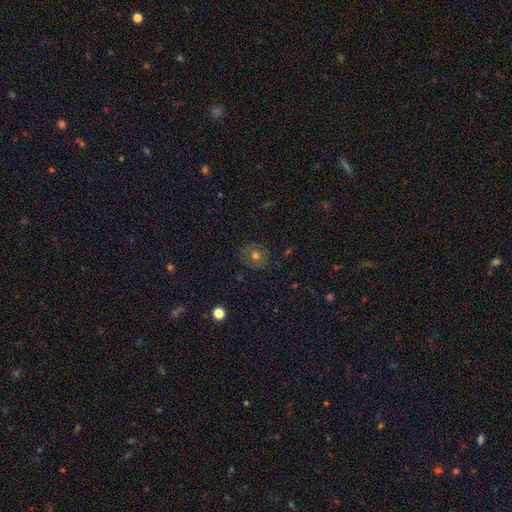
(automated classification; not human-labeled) Morphology: type=smooth (63%); roundness=round (86%); merging=none (82%).